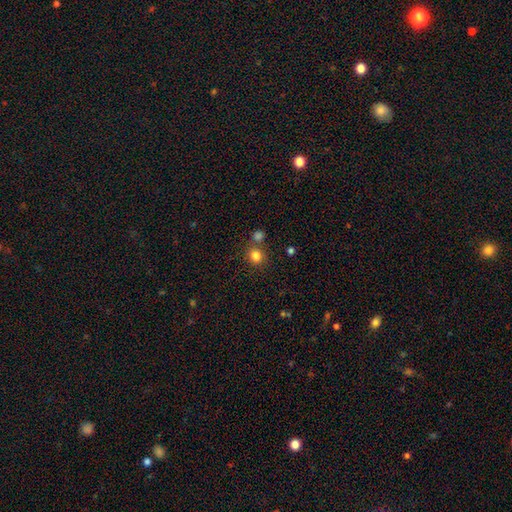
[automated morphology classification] smooth 82%, star or artifact 12%, featured or disk 5%. Down the decision tree: how rounded — round (83%); merging — none (73%).